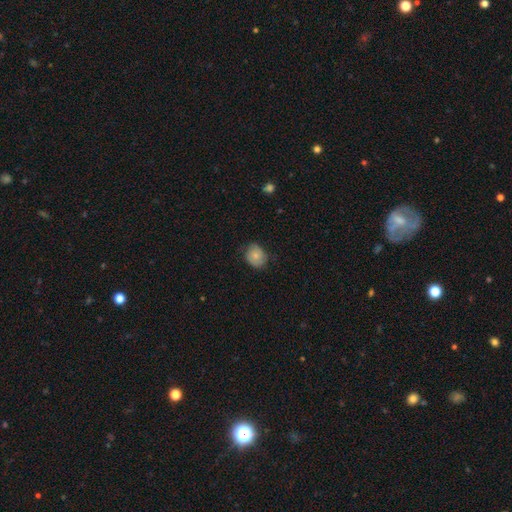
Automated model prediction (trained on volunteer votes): Overall: smooth (70%). How rounded: round (59%; in between 40%). Merging: none (69%).